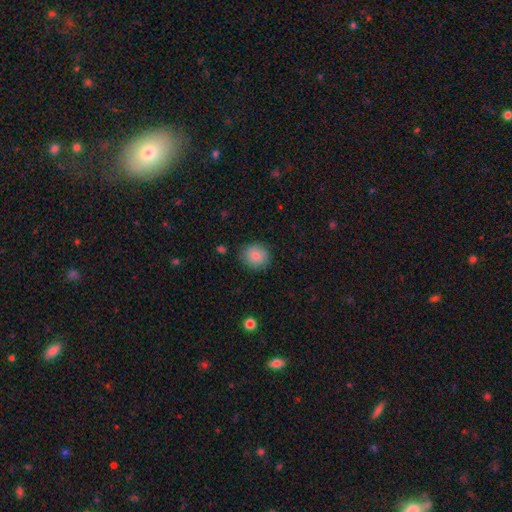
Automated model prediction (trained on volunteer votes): smooth_or_featured: smooth (p=0.85) [alt: star or artifact p=0.08]
how_rounded: round (p=0.85) [alt: in between p=0.14]
merging: none (p=0.85) [alt: minor disturbance p=0.11]